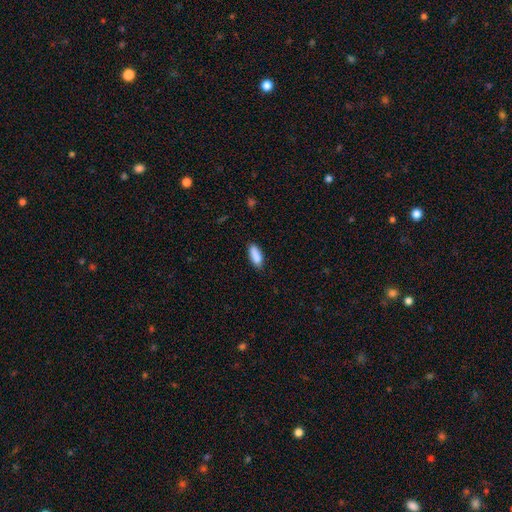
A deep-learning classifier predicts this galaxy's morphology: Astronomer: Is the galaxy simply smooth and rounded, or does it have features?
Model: smooth — 88%.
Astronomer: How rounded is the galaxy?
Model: in between — 72%.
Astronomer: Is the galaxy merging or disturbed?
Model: none — 78%.